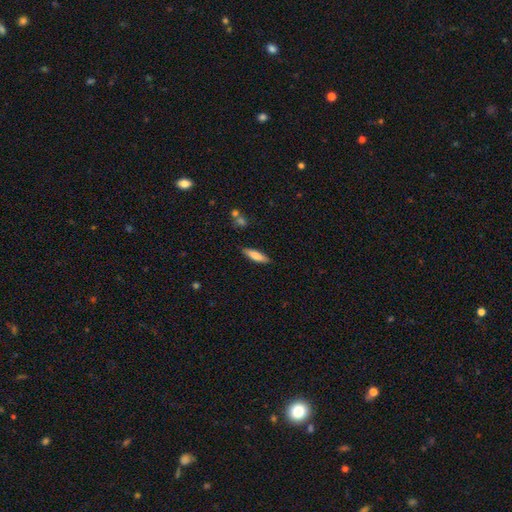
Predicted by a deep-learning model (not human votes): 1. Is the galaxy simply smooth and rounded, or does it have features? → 75% smooth, 19% featured or disk, 6% star or artifact.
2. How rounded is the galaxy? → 65% cigar-shaped, 33% in between, 2% round.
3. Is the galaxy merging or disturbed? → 86% none, 10% minor disturbance, 2% major disturbance, 2% merger.